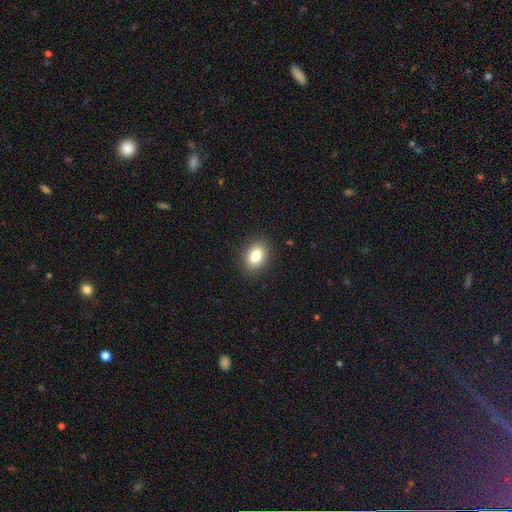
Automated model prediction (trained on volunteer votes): Smooth or featured? smooth (83%)
How rounded? in between (73%)
Merging? none (89%)